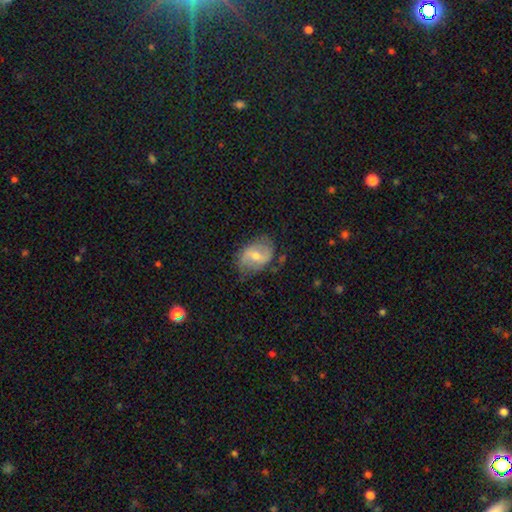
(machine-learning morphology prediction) A featured or disk galaxy (62%) with a weak bar (51%), spiral arms (77%) and a moderate central bulge (60%).

Vote fractions:
- Smooth or featured? featured or disk: 62% / smooth: 31% / star or artifact: 7%
- Edge-on disk? no: 96% / yes: 4%
- Bar? weak: 51% / strong: 30% / no: 19%
- Spiral arms? yes: 77% / no: 23%
- Bulge size? moderate: 60% / small: 35% / large: 3% / none: 2% / dominant: 1%
- Merging? none: 65% / minor disturbance: 24% / major disturbance: 9% / merger: 2%